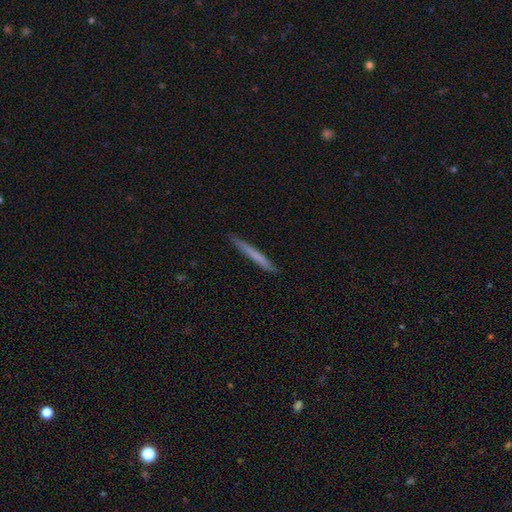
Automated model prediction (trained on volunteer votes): Smooth or featured? Predicted: smooth (p=0.62). How rounded? Predicted: cigar-shaped (p=0.97). Merging? Predicted: none (p=0.90).